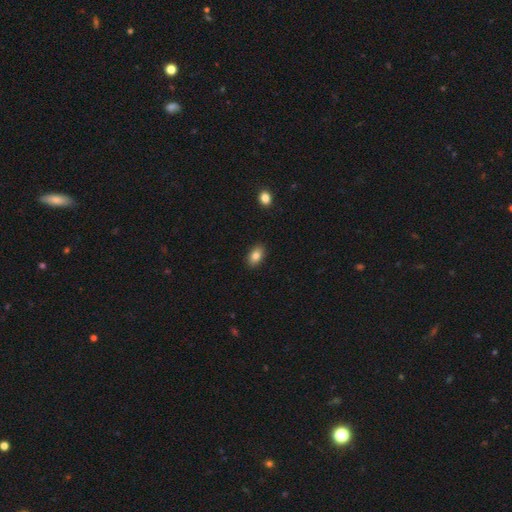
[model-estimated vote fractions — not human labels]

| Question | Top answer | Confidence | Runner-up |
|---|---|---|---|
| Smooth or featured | smooth | 85% | star or artifact (8%) |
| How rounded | in between | 89% | round (10%) |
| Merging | none | 88% | minor disturbance (9%) |